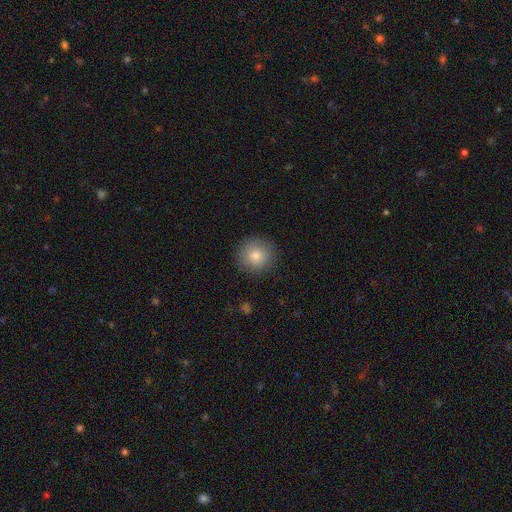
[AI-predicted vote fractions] smooth_or_featured: smooth (p=0.80) [alt: star or artifact p=0.10]
how_rounded: round (p=0.93) [alt: in between p=0.06]
merging: none (p=0.90) [alt: minor disturbance p=0.07]